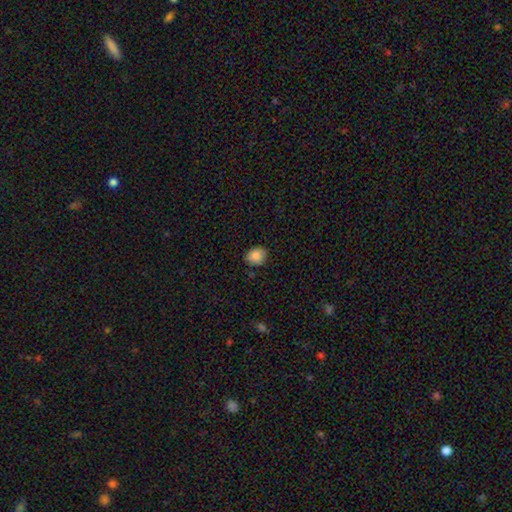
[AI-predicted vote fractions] Smooth or featured?
  - smooth: 83% *
  - featured or disk: 8%
  - star or artifact: 8%
How rounded?
  - round: 51% *
  - in between: 48%
  - cigar-shaped: 1%
Merging?
  - none: 84% *
  - minor disturbance: 12%
  - major disturbance: 2%
  - merger: 1%